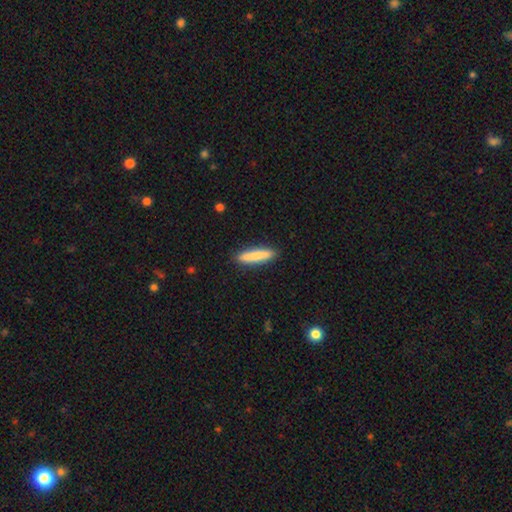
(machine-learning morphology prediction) Smooth or featured: smooth — 80% (featured or disk — 14%)
How rounded: cigar-shaped — 86% (in between — 13%)
Merging: none — 90% (minor disturbance — 8%)